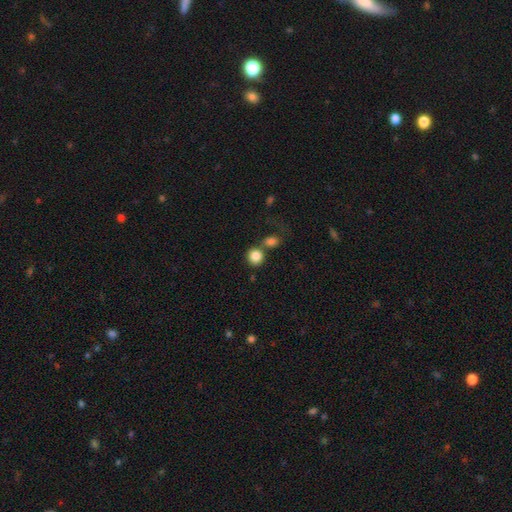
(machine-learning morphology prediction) Smooth or featured?
  - smooth: 85% *
  - star or artifact: 9%
  - featured or disk: 6%
How rounded?
  - round: 88% *
  - in between: 11%
  - cigar-shaped: 1%
Merging?
  - none: 57% *
  - merger: 30%
  - minor disturbance: 8%
  - major disturbance: 4%